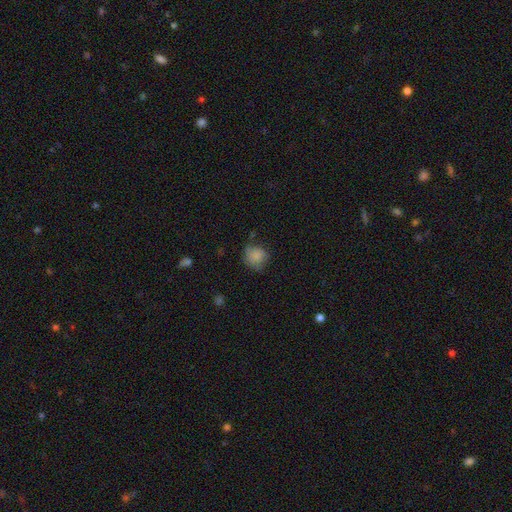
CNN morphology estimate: Overall: smooth (84%). How rounded: round (86%). Merging: none (67%).